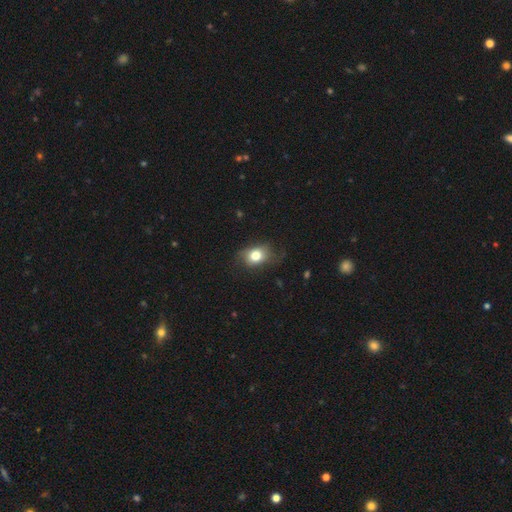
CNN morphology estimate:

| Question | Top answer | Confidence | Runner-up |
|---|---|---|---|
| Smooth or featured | smooth | 74% | featured or disk (16%) |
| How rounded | in between | 62% | round (37%) |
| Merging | none | 64% | minor disturbance (24%) |